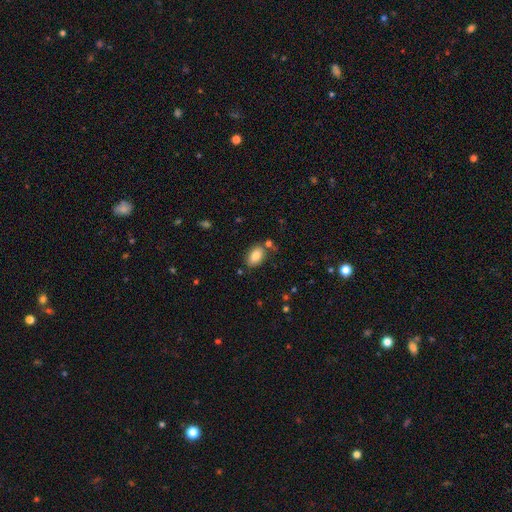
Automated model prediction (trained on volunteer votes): The model was most divided on "merging": none: 77%, minor disturbance: 12%, merger: 7%, major disturbance: 3%. More confident: how rounded — in between (92%); smooth or featured — smooth (85%).